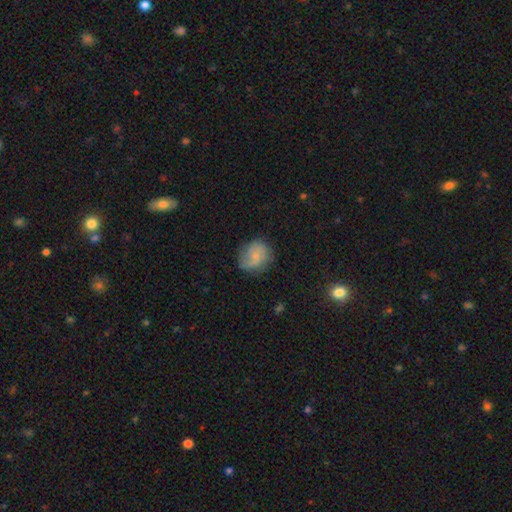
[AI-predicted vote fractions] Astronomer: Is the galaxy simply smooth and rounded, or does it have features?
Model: smooth — 51% (runner-up: featured or disk, 41%).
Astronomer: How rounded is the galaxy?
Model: round — 67%.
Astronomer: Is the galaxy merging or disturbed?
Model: none — 69%.